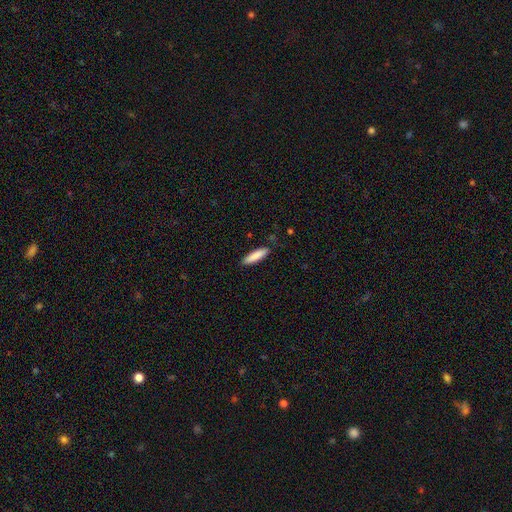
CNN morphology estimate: Smooth or featured? Predicted: smooth (p=0.87). How rounded? Predicted: cigar-shaped (p=0.70). Merging? Predicted: none (p=0.88).